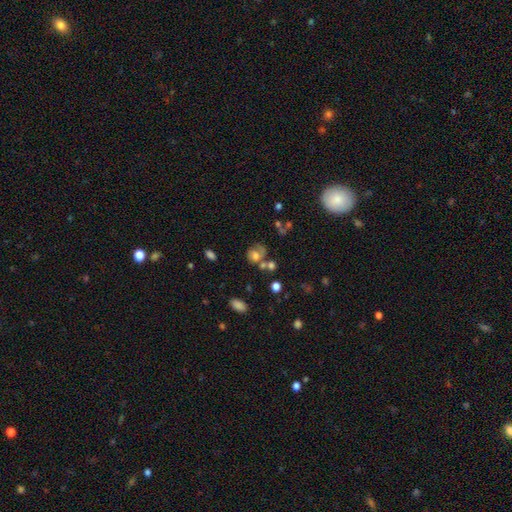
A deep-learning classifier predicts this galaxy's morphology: Overall: star or artifact (44%; smooth 35%).